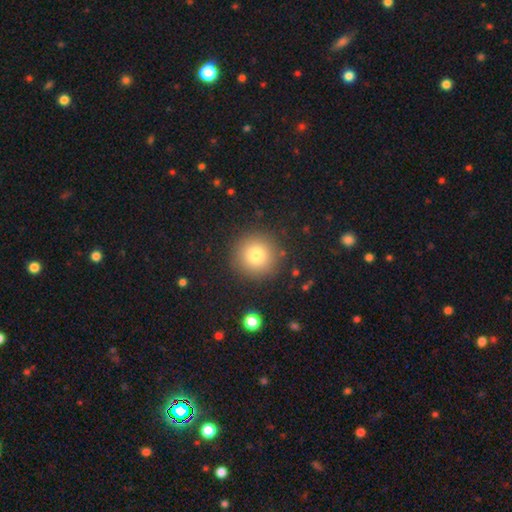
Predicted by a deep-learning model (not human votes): This is likely a smooth galaxy (79%). How rounded: clearly round (96%). Merging: clearly none (90%).